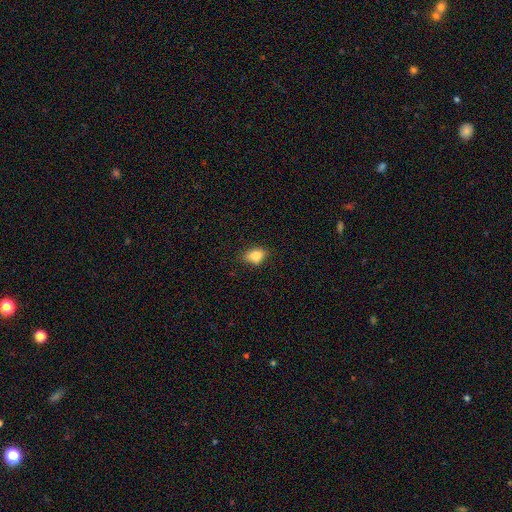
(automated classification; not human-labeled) Smooth or featured: smooth — 84% (star or artifact — 9%)
How rounded: in between — 76% (round — 22%)
Merging: none — 76% (minor disturbance — 20%)